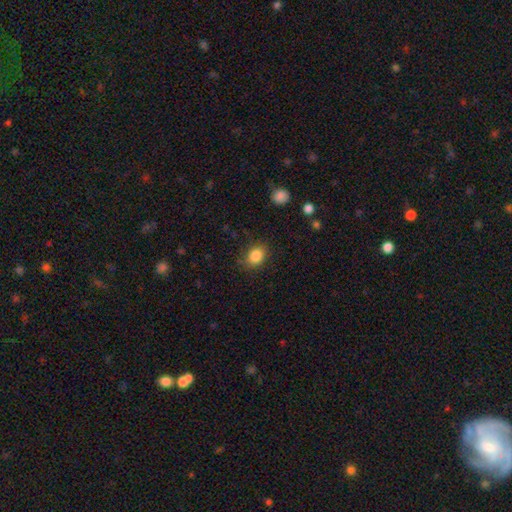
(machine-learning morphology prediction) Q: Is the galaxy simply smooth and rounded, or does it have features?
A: smooth — 86%.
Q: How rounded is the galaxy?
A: in between — 54%.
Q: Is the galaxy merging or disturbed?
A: none — 79%.